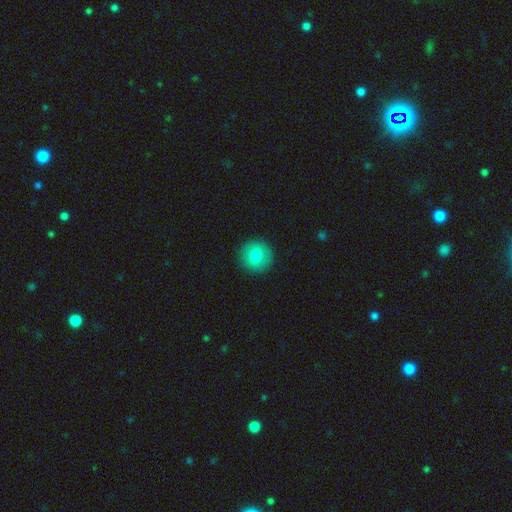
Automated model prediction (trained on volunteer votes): A smooth galaxy with no disk features (78%) that is round (92%). Merging: none (91%).